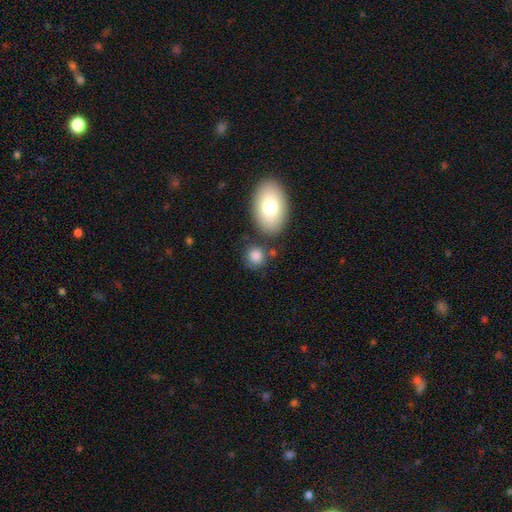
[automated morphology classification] Q: Smooth or featured?
A: smooth (84%); runner-up: star or artifact (9%)
Q: How rounded?
A: round (74%); runner-up: in between (25%)
Q: Merging?
A: none (71%); runner-up: minor disturbance (13%)